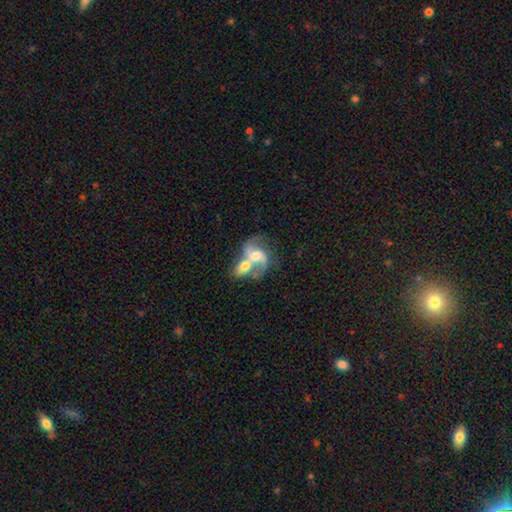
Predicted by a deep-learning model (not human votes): This appears to be a featured or disk galaxy (67%) with no bar (53%), 2 (80%) loose (53%) spiral arms (84%) and a moderate central bulge (58%). Merging: merger (74%).